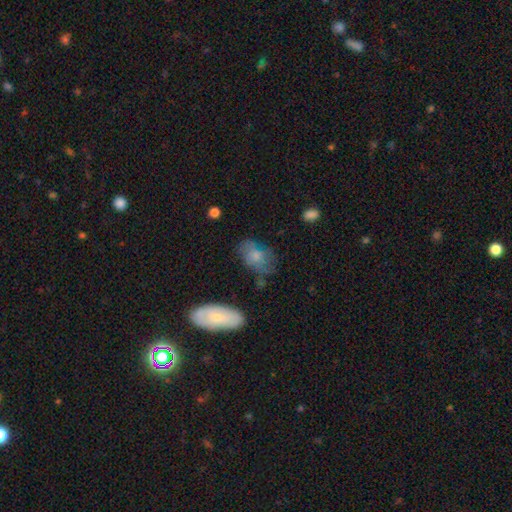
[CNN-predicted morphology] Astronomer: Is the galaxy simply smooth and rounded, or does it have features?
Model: smooth — 62%.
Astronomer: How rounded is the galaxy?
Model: in between — 79%.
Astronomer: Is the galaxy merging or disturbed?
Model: none — 49% (runner-up: minor disturbance, 27%).